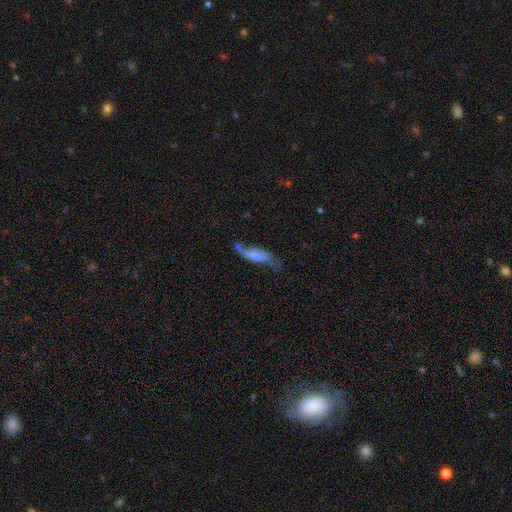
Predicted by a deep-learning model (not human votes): smooth 51%, featured or disk 41%, star or artifact 7%. Down the decision tree: how rounded — in between (55%); merging — none (33%).